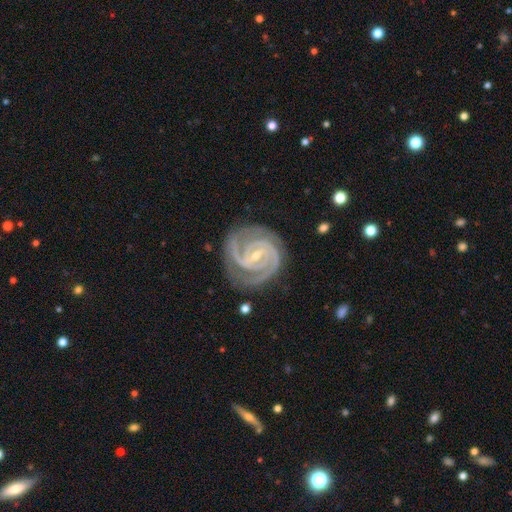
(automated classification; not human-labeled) Smooth or featured? featured or disk (94%)
Edge-on disk? no (98%)
Bar? weak (41%, tied with strong)
Spiral arms? yes (99%)
Spiral winding? tight (75%)
Spiral arm count? 2 (67%)
Bulge size? small (72%)
Merging? none (81%)